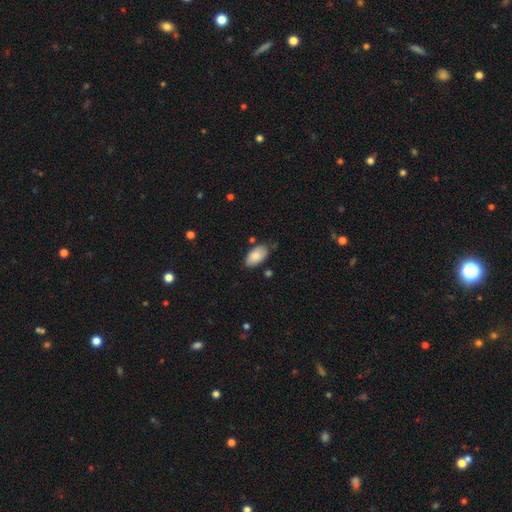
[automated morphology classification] This is clearly a smooth galaxy (82%). How rounded: clearly in between (95%). Merging: likely none (77%).